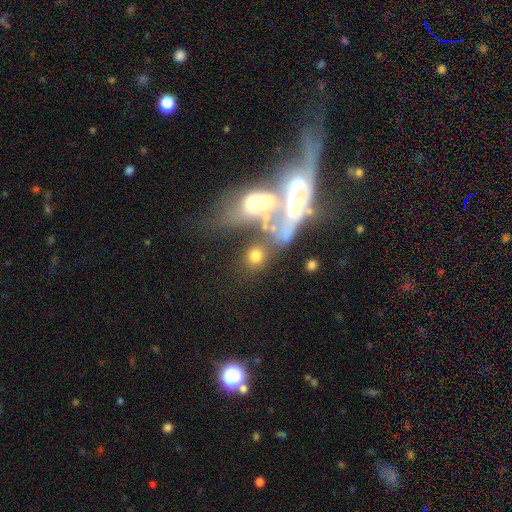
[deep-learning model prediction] smooth-or-featured: smooth: 66% | featured or disk: 23% | star or artifact: 11%
  how-rounded: round: 73% | in between: 24% | cigar-shaped: 2%
  merging: none: 40% | merger: 33% | major disturbance: 15% | minor disturbance: 11%